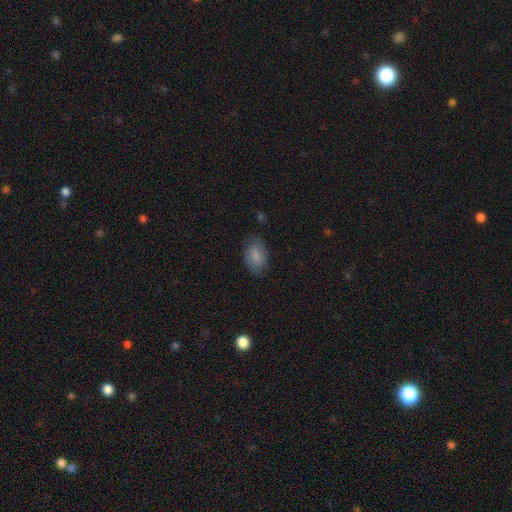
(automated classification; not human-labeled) This is likely a smooth galaxy (76%). How rounded: clearly in between (90%). Merging: likely none (75%).